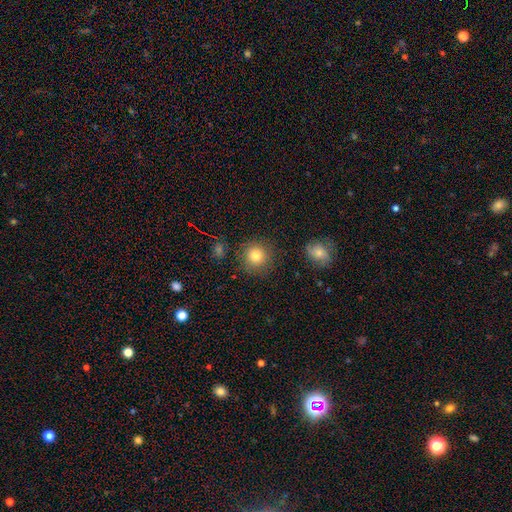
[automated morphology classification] Overall: smooth (82%). How rounded: round (92%). Merging: none (85%).